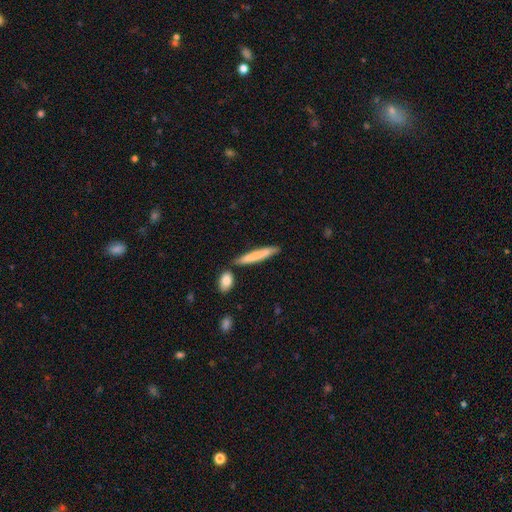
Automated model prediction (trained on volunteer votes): Smooth or featured? Predicted: smooth (p=0.73). How rounded? Predicted: cigar-shaped (p=0.94). Merging? Predicted: none (p=0.79).